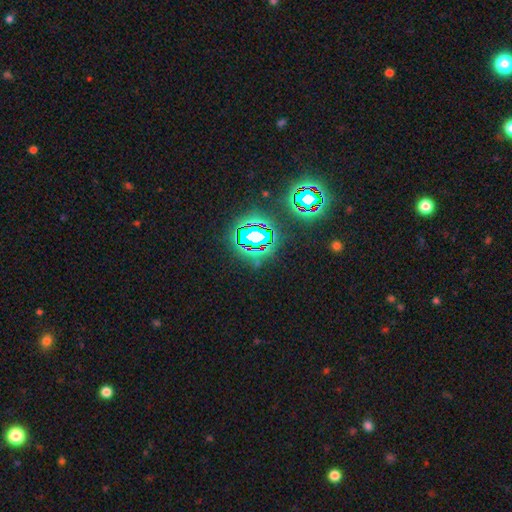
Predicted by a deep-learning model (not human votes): Overall: star or artifact (82%).